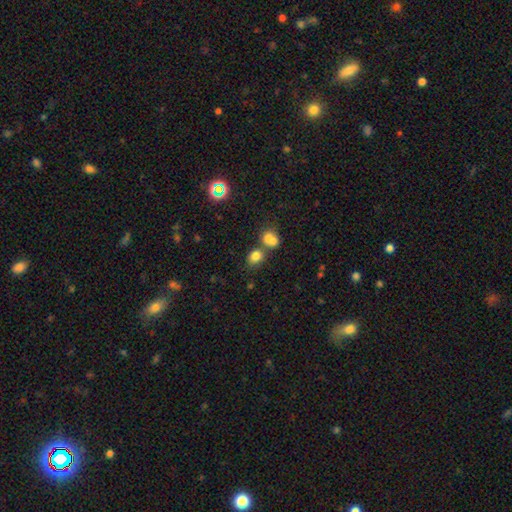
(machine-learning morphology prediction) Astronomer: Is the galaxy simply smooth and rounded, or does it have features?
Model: smooth — 77%.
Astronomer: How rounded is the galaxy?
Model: round — 53% (runner-up: in between, 46%).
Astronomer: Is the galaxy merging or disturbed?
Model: none — 49% (runner-up: merger, 37%).